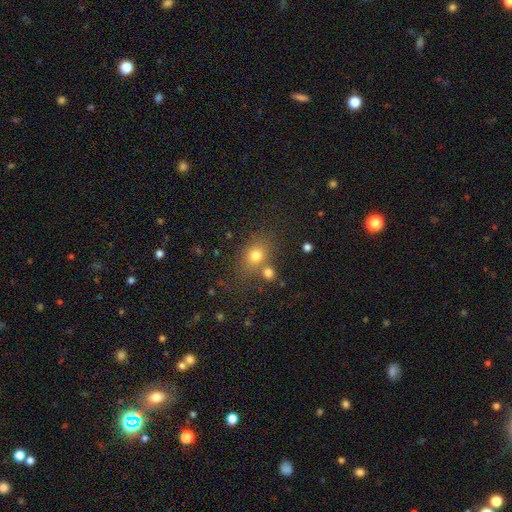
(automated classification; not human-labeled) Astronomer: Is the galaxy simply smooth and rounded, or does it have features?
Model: smooth — 74%.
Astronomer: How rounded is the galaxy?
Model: round — 54% (runner-up: in between, 45%).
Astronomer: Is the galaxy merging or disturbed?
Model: none — 61%.